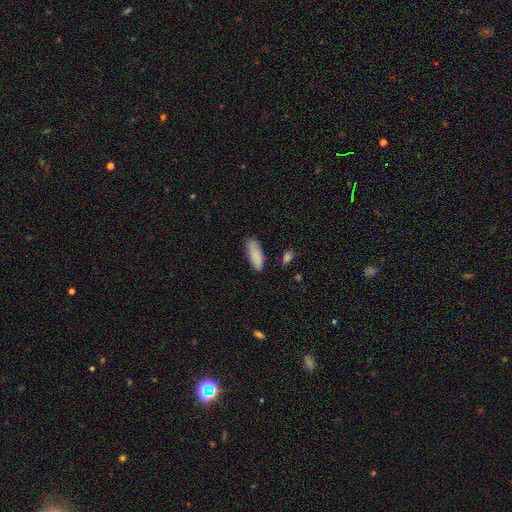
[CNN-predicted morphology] smooth 86%, featured or disk 8%, star or artifact 7%. Down the decision tree: how rounded — in between (69%); merging — none (75%).